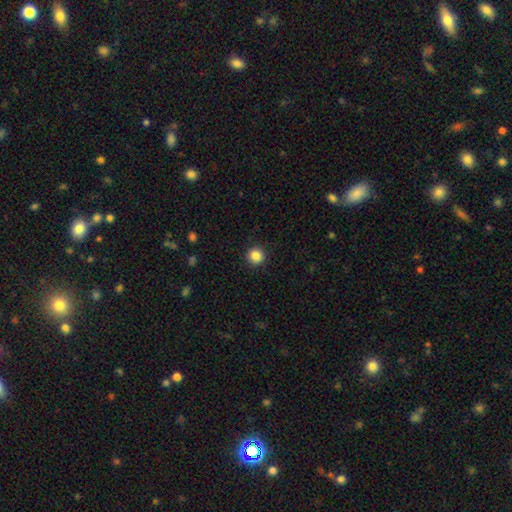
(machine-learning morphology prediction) Overall: smooth (86%). How rounded: round (94%). Merging: none (92%).